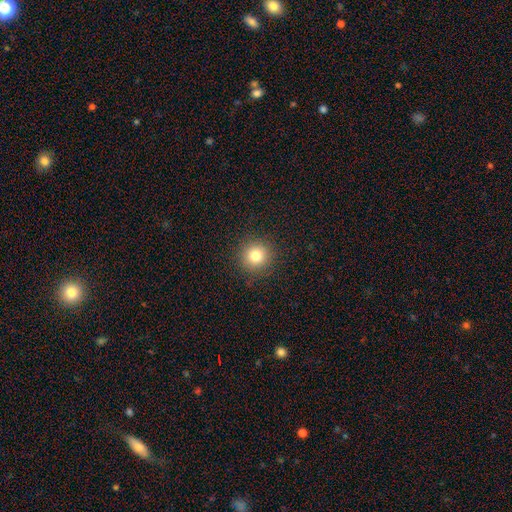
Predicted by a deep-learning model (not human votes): Smooth or featured? Predicted: smooth (p=0.80). How rounded? Predicted: round (p=0.94). Merging? Predicted: none (p=0.91).